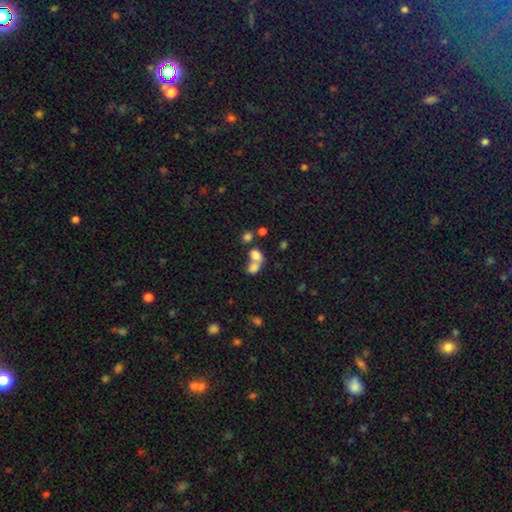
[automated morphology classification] Smooth or featured? Predicted: smooth (p=0.74). How rounded? Predicted: in between (p=0.61). Merging? Predicted: merger (p=0.69).